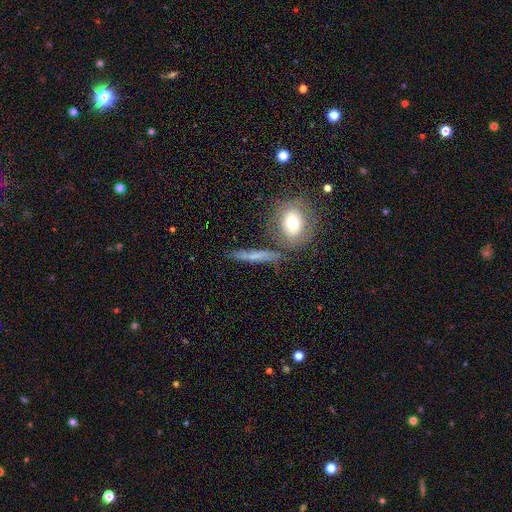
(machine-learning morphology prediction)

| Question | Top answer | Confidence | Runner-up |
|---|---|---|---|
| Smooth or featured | smooth | 55% | featured or disk (35%) |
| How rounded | cigar-shaped | 78% | in between (12%) |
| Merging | none | 73% | minor disturbance (14%) |